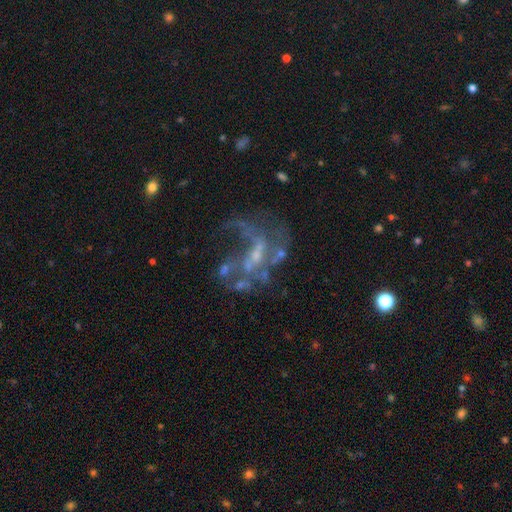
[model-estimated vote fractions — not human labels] Smooth or featured? Predicted: featured or disk (p=0.74). Edge-on disk? Predicted: no (p=0.97). Bar? Predicted: no (p=0.53). Spiral arms? Predicted: yes (p=0.53). Bulge size? Predicted: small (p=0.43). Merging? Predicted: major disturbance (p=0.38).